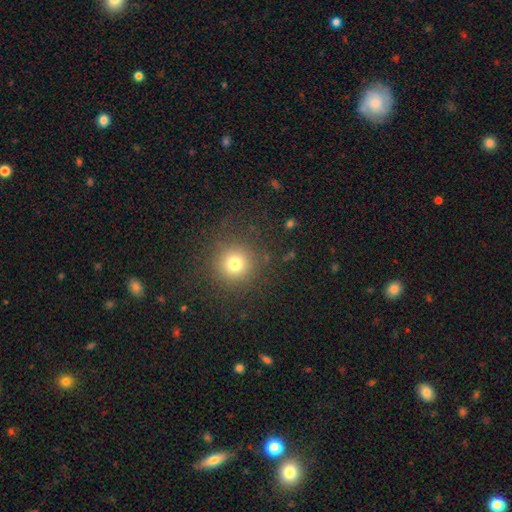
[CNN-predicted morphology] smooth-or-featured: smooth: 66% | star or artifact: 27% | featured or disk: 7%
  how-rounded: round: 95% | in between: 4% | cigar-shaped: 1%
  merging: none: 90% | minor disturbance: 6% | major disturbance: 3% | merger: 1%